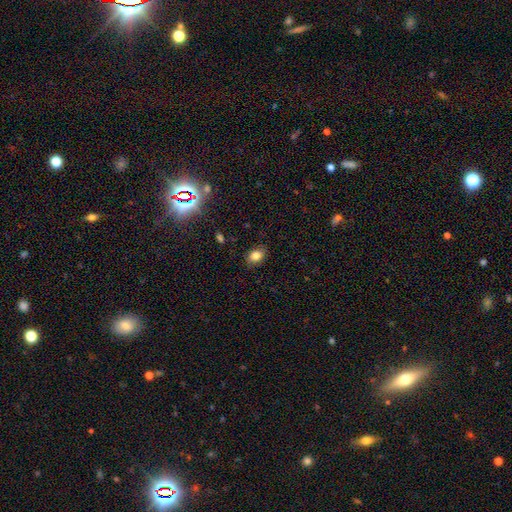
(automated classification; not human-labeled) smooth-or-featured: smooth: 81% | star or artifact: 11% | featured or disk: 8%
  how-rounded: in between: 69% | round: 30% | cigar-shaped: 1%
  merging: none: 84% | minor disturbance: 12% | major disturbance: 3% | merger: 1%